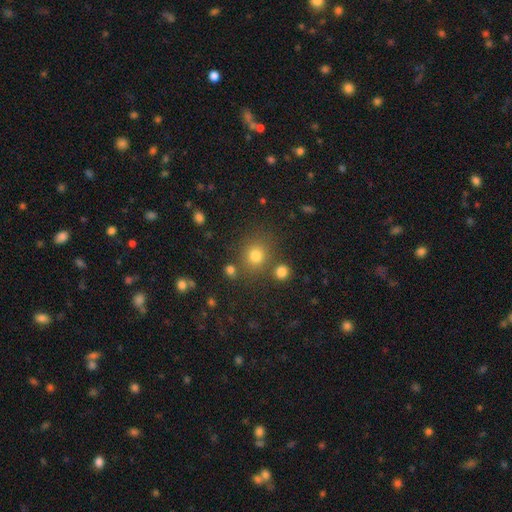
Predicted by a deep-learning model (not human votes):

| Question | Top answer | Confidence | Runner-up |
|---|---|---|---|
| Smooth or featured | smooth | 76% | star or artifact (17%) |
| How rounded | round | 80% | in between (19%) |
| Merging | none | 78% | minor disturbance (9%) |